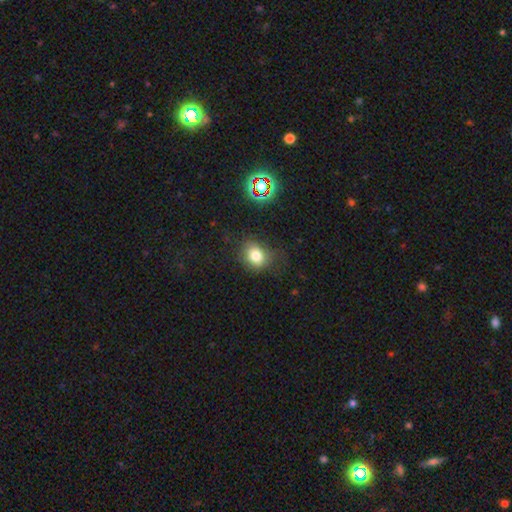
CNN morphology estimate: Smooth or featured? smooth (77%)
How rounded? round (57%)
Merging? none (70%)